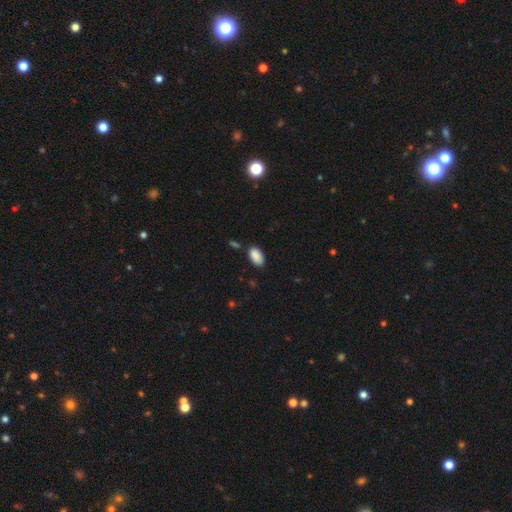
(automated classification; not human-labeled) Smooth or featured?
  - smooth: 90% *
  - star or artifact: 7%
  - featured or disk: 3%
How rounded?
  - in between: 95% *
  - round: 3%
  - cigar-shaped: 2%
Merging?
  - none: 82% *
  - minor disturbance: 12%
  - merger: 3%
  - major disturbance: 3%